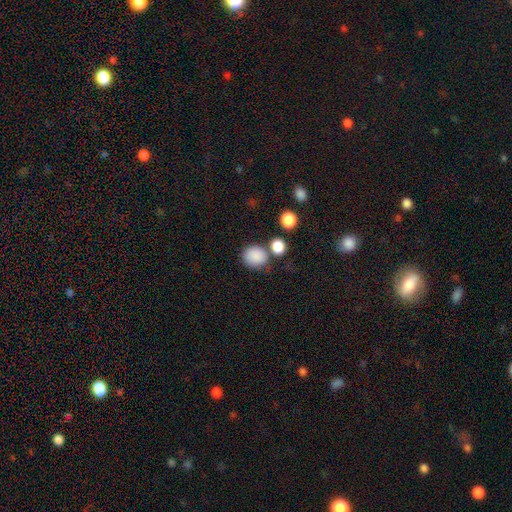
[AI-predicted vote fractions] Smooth or featured?
  - smooth: 86% *
  - star or artifact: 9%
  - featured or disk: 4%
How rounded?
  - round: 77% *
  - in between: 22%
  - cigar-shaped: 1%
Merging?
  - none: 69% *
  - merger: 13%
  - minor disturbance: 13%
  - major disturbance: 5%